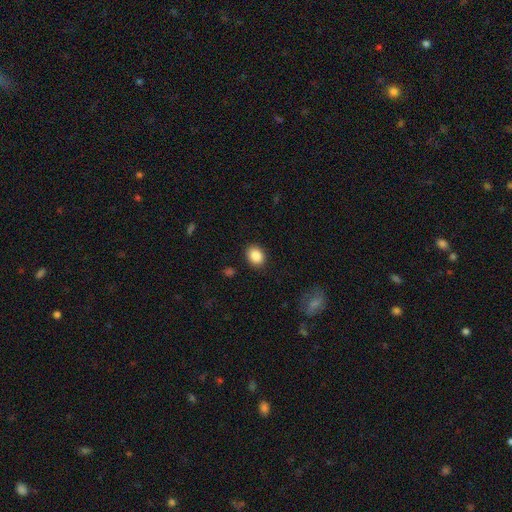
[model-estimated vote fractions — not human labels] smooth-or-featured: smooth: 88% | star or artifact: 8% | featured or disk: 4%
  how-rounded: in between: 55% | round: 44% | cigar-shaped: 1%
  merging: none: 88% | minor disturbance: 9% | major disturbance: 3% | merger: 1%